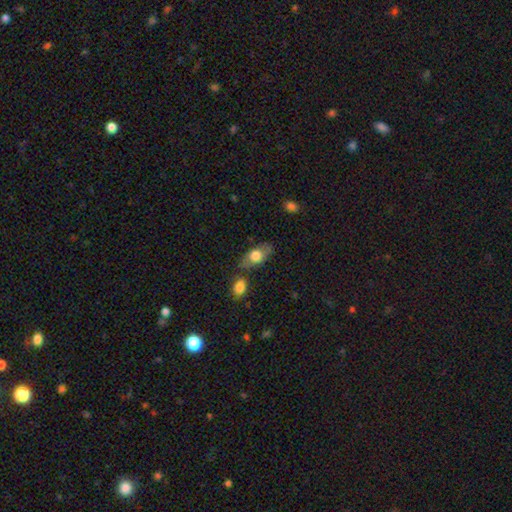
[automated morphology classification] A smooth galaxy with no disk features (65%) that is in between round and cigar-shaped (87%). Merging: none (71%).